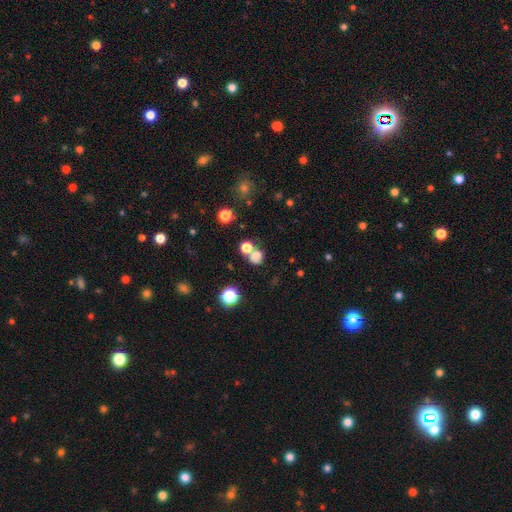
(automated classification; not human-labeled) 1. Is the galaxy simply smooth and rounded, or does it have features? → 71% smooth, 18% star or artifact, 11% featured or disk.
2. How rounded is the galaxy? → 75% round, 24% in between, 1% cigar-shaped.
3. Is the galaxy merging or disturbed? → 46% none, 39% merger, 9% minor disturbance, 5% major disturbance.